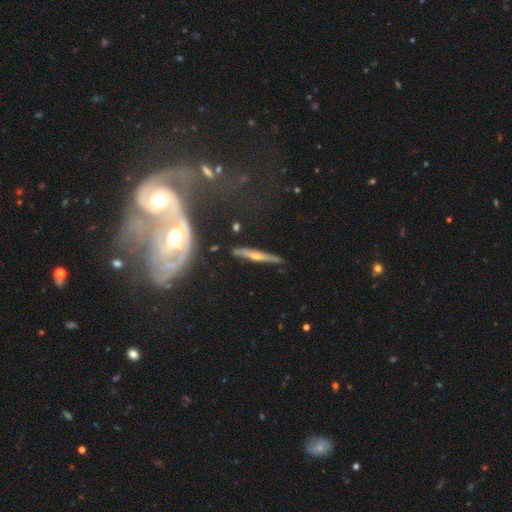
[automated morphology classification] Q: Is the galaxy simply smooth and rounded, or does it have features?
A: featured or disk — 70%.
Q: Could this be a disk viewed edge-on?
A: yes — 91%.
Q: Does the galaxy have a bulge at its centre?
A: rounded — 78%.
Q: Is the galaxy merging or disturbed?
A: none — 81%.